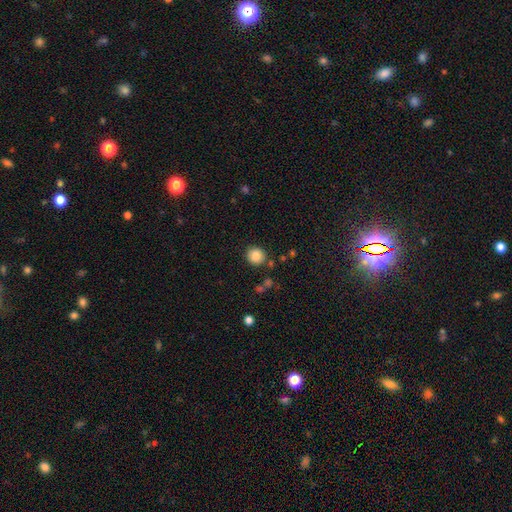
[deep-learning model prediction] Smooth or featured? smooth (83%)
How rounded? round (92%)
Merging? none (88%)